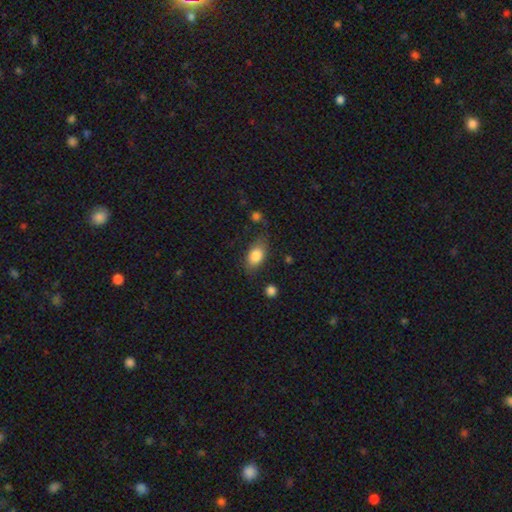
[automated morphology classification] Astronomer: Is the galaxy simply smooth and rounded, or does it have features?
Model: smooth — 82%.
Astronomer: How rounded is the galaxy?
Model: in between — 88%.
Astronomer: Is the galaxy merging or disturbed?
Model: none — 70%.